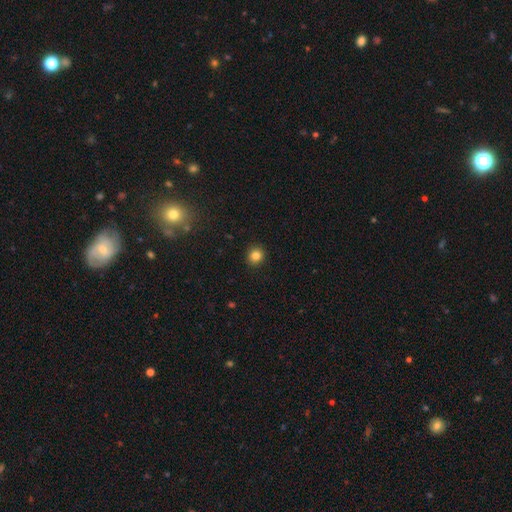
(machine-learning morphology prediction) type=smooth (84%); roundness=round (86%); merging=none (92%).